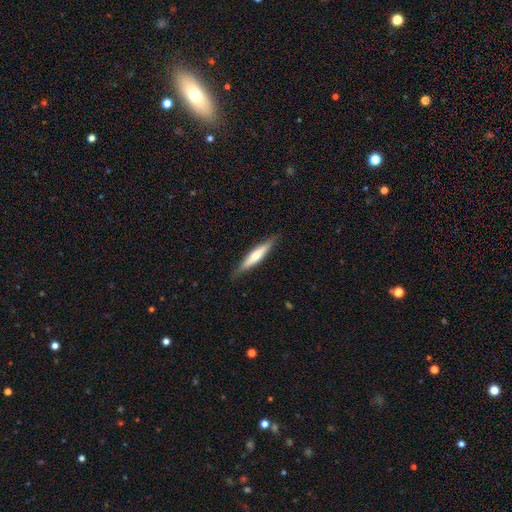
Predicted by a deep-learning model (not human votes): Overall: smooth (48%; featured or disk 46%). Merging: none (86%).